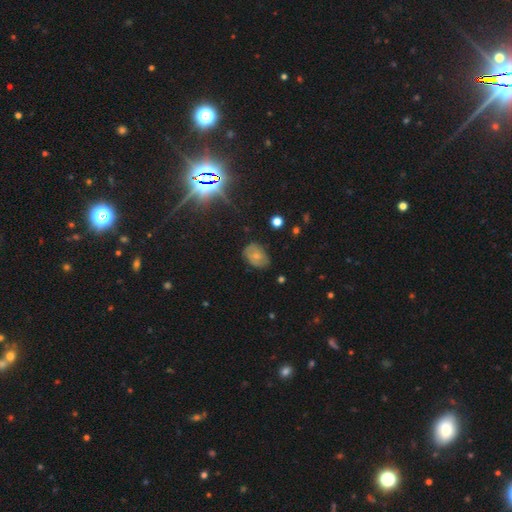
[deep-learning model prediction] Overall: smooth (47%; featured or disk 40%). Merging: none (71%).